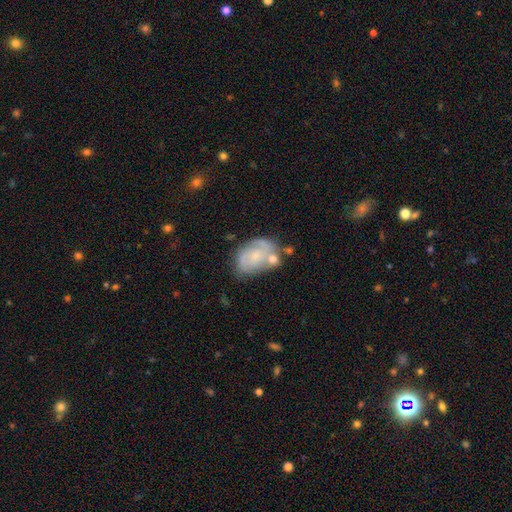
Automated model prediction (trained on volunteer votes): Smooth or featured? Predicted: featured or disk (p=0.57). Edge-on disk? Predicted: no (p=0.97). Bar? Predicted: no (p=0.73). Spiral arms? Predicted: yes (p=0.76). Bulge size? Predicted: small (p=0.60). Merging? Predicted: none (p=0.49).